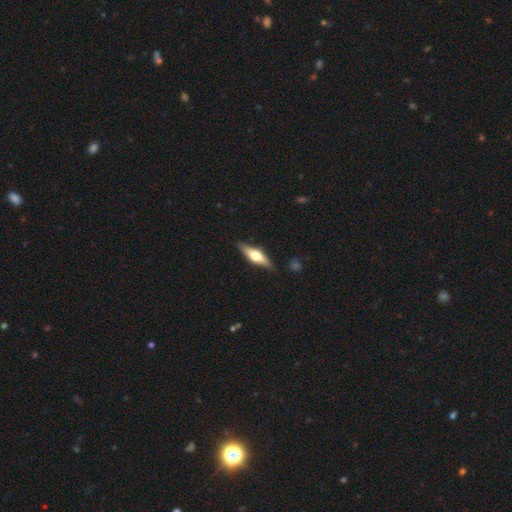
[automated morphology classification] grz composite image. It shows a featured or disk galaxy (56%) viewed edge-on (93%) with a rounded central bulge (94%). Merging: none (86%).